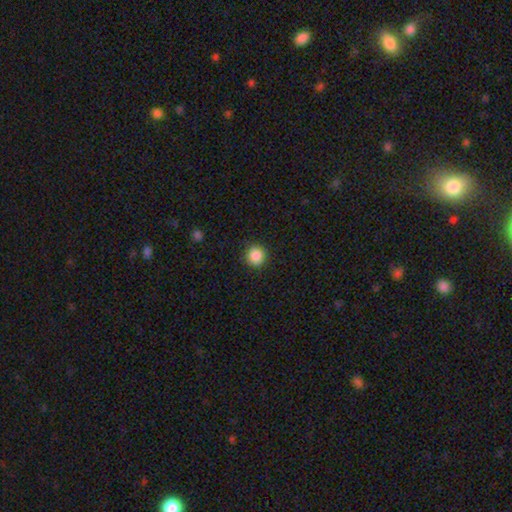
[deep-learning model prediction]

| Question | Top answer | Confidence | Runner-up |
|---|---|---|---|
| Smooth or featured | smooth | 87% | star or artifact (10%) |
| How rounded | round | 94% | in between (5%) |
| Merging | none | 91% | minor disturbance (6%) |